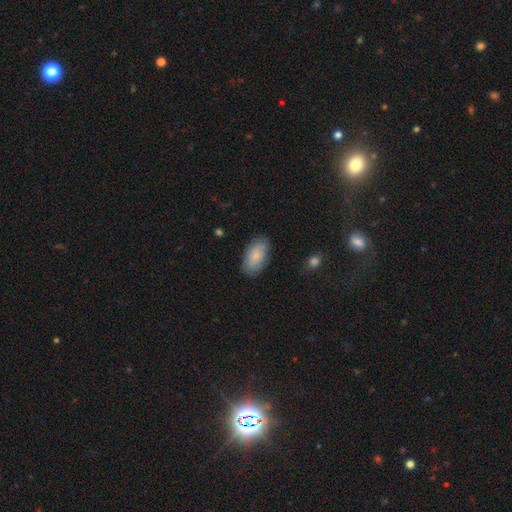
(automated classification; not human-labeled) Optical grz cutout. It shows a smooth galaxy with no disk features (84%) that is in between round and cigar-shaped (94%). Merging: none (82%).